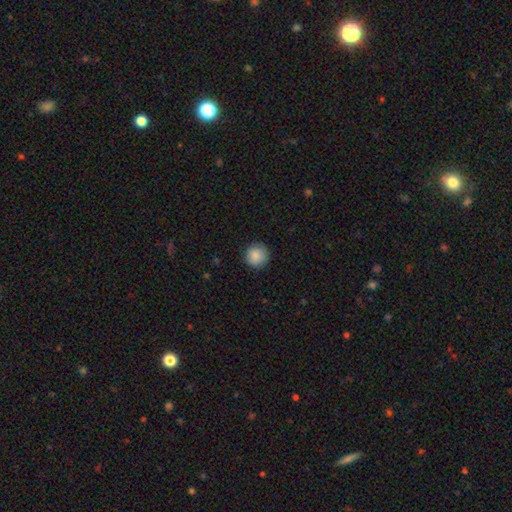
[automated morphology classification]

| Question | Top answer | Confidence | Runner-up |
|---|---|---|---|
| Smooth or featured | smooth | 87% | star or artifact (8%) |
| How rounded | round | 95% | in between (5%) |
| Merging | none | 87% | minor disturbance (9%) |